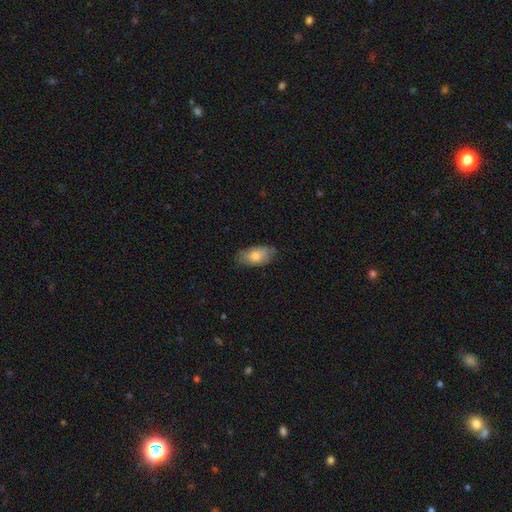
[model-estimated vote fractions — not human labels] smooth_or_featured: smooth (p=0.77) [alt: featured or disk p=0.16]
how_rounded: in between (p=0.92) [alt: round p=0.04]
merging: none (p=0.74) [alt: minor disturbance p=0.21]